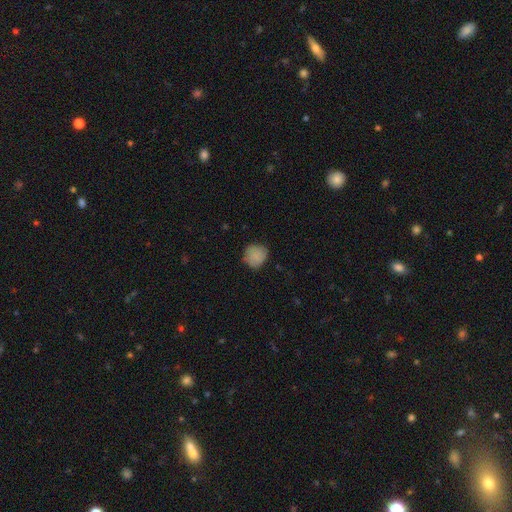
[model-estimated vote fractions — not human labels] Q: Smooth or featured?
A: smooth (84%); runner-up: star or artifact (8%)
Q: How rounded?
A: round (85%); runner-up: in between (14%)
Q: Merging?
A: none (75%); runner-up: minor disturbance (20%)